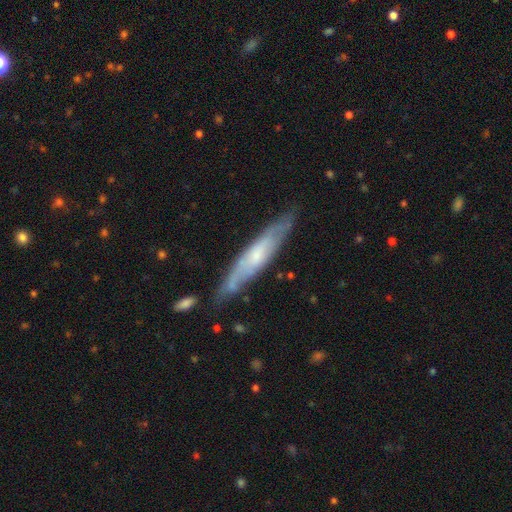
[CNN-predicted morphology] The model was most divided on "smooth or featured": featured or disk: 58%, smooth: 36%, star or artifact: 6%. More confident: merging — none (75%); edge-on disk — yes (66%).